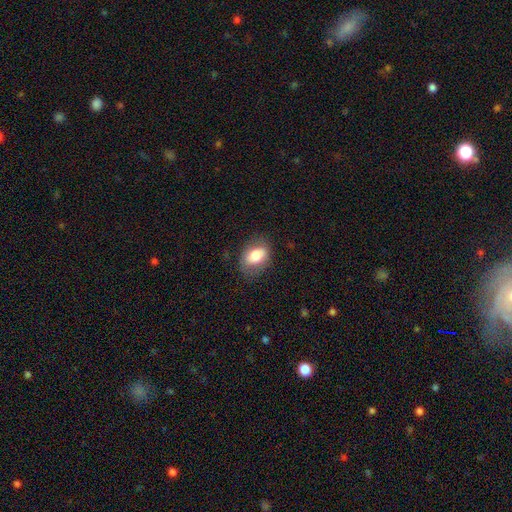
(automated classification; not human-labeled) This appears to be a smooth galaxy with no disk features (74%) that is in between round and cigar-shaped (80%). Merging: none (72%).